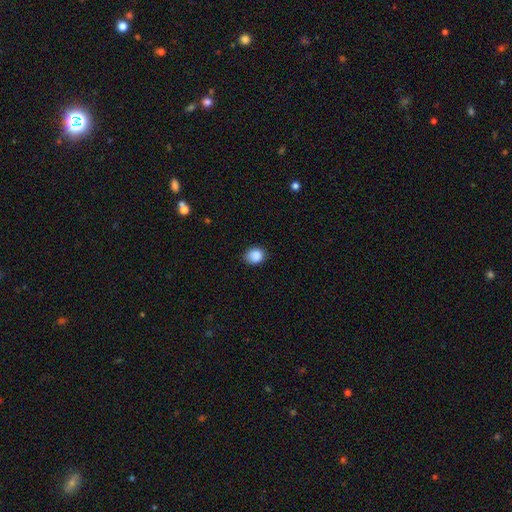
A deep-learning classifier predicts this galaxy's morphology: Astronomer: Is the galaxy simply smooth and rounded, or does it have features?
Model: smooth — 88%.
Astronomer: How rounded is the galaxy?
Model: round — 58% (runner-up: in between, 41%).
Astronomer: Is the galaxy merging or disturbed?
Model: none — 76%.